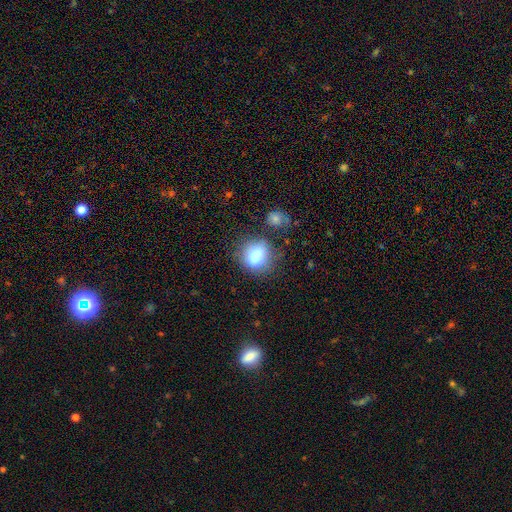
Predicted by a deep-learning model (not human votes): Smooth or featured: smooth — 81% (featured or disk — 10%)
How rounded: round — 59% (in between — 40%)
Merging: none — 61% (minor disturbance — 20%)